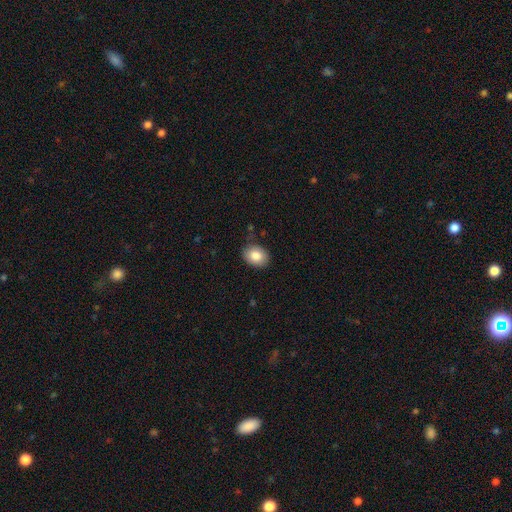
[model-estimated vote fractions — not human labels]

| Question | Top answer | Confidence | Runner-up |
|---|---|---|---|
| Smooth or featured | smooth | 84% | featured or disk (8%) |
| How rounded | in between | 64% | round (35%) |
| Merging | none | 84% | minor disturbance (12%) |